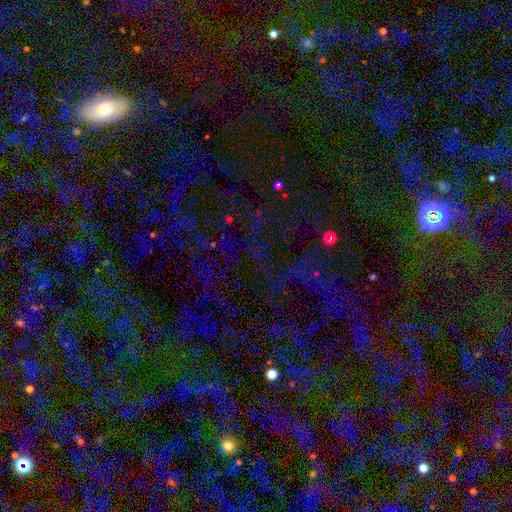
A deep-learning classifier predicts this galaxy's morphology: The model was most divided on "smooth or featured": star or artifact: 63%, smooth: 27%, featured or disk: 9%.